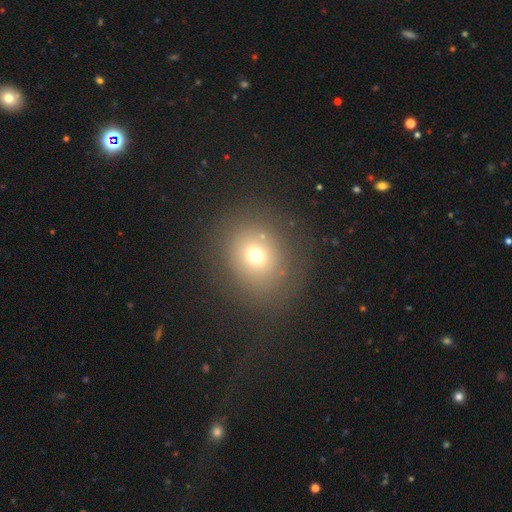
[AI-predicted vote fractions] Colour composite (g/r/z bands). It shows a smooth galaxy with no disk features (68%) that is round (72%). Merging: none (80%).